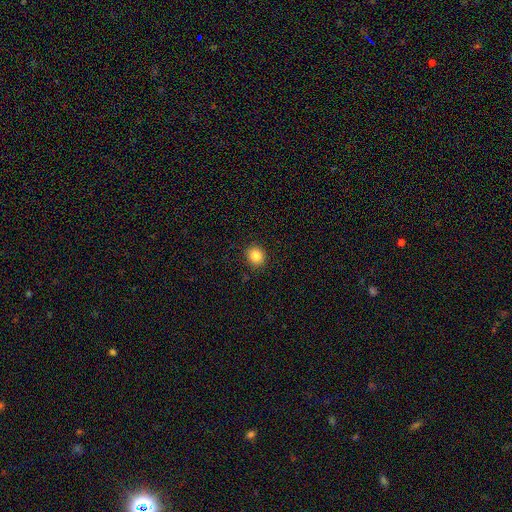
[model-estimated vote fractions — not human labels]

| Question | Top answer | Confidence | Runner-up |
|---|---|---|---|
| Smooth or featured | smooth | 86% | star or artifact (10%) |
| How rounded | round | 82% | in between (17%) |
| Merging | none | 90% | minor disturbance (7%) |